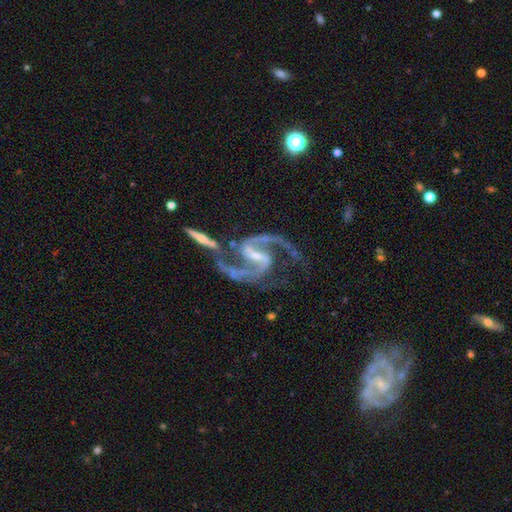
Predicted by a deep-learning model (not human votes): Smooth or featured: featured or disk — 94% (star or artifact — 4%)
Edge-on disk: no — 98% (yes — 2%)
Bar: strong — 47% (weak — 42%)
Spiral arms: yes — 99% (no — 1%)
Spiral winding: medium — 64% (loose — 24%)
Spiral arm count: 2 — 94% (3 — 1%)
Bulge size: small — 60% (moderate — 25%)
Merging: none — 58% (minor disturbance — 17%)